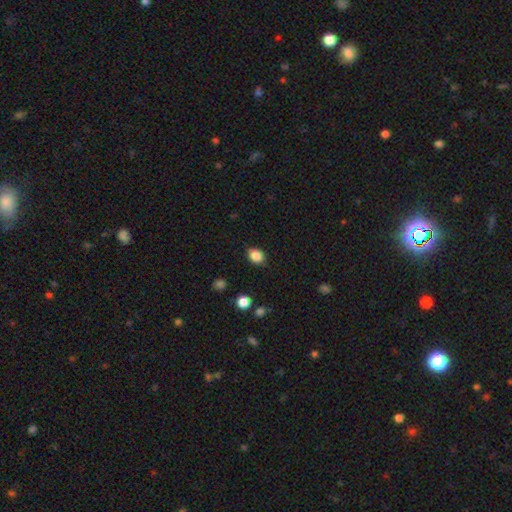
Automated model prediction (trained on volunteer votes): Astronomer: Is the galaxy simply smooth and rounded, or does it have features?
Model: smooth — 87%.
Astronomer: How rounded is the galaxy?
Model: in between — 56% (runner-up: round, 43%).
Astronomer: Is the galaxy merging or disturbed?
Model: none — 86%.